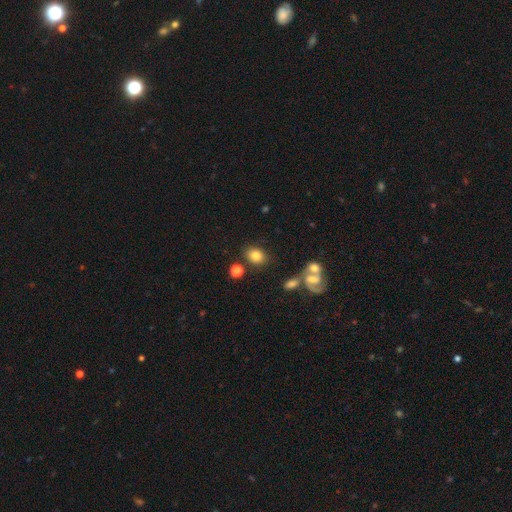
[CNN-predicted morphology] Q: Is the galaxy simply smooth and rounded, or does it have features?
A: smooth — 78%.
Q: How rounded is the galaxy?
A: round — 50%.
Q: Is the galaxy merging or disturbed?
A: none — 75%.